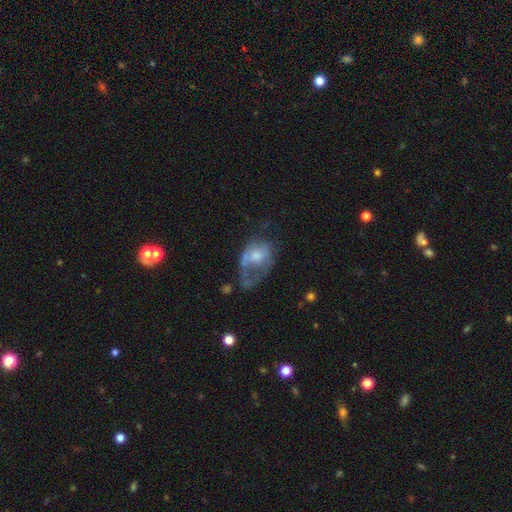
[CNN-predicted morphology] Smooth or featured: featured or disk — 46% (smooth — 45%)
Merging: major disturbance — 49% (minor disturbance — 23%)